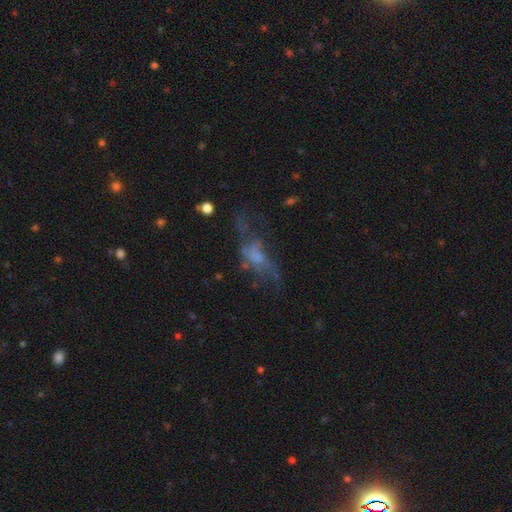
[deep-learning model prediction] smooth_or_featured: featured or disk (p=0.51) [alt: smooth p=0.30]
disk_edge_on: no (p=0.85) [alt: yes p=0.15]
merging: none (p=0.40) [alt: major disturbance p=0.36]